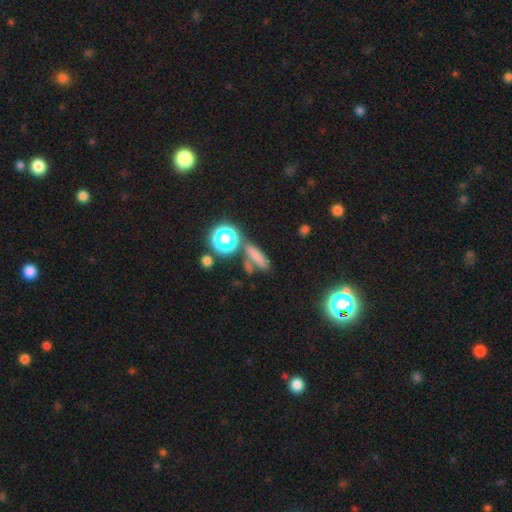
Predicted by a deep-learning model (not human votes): This is likely a smooth galaxy (69%). How rounded: possibly cigar-shaped (46%). Merging: likely none (62%).